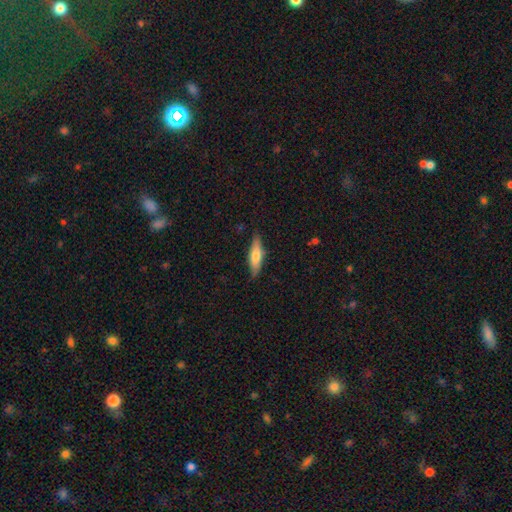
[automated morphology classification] Smooth or featured? smooth (62%)
How rounded? cigar-shaped (63%)
Merging? none (85%)